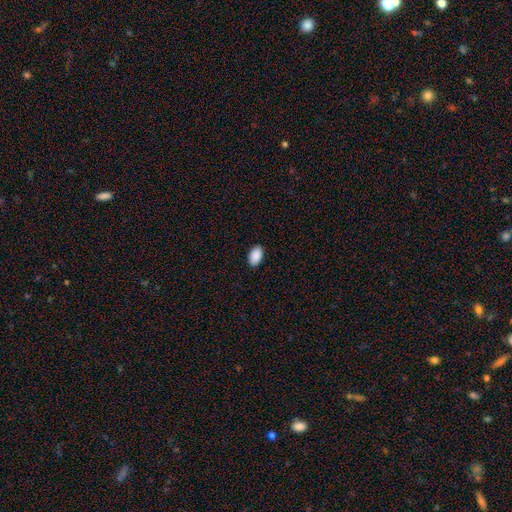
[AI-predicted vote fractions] smooth_or_featured: smooth (p=0.91) [alt: star or artifact p=0.07]
how_rounded: in between (p=0.93) [alt: round p=0.06]
merging: none (p=0.89) [alt: minor disturbance p=0.08]